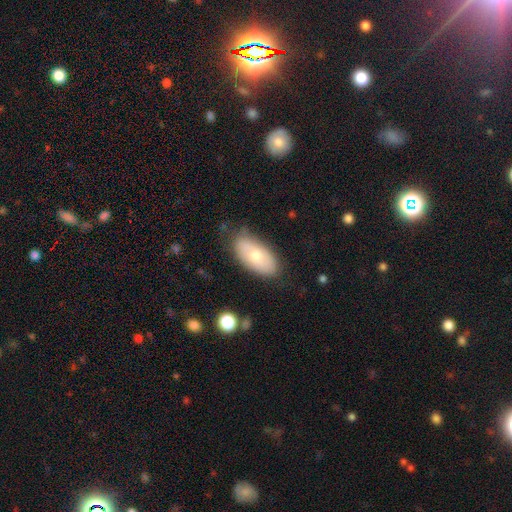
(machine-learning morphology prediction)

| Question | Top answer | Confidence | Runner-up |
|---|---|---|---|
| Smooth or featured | smooth | 66% | featured or disk (28%) |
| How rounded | in between | 92% | cigar-shaped (5%) |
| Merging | none | 73% | minor disturbance (20%) |